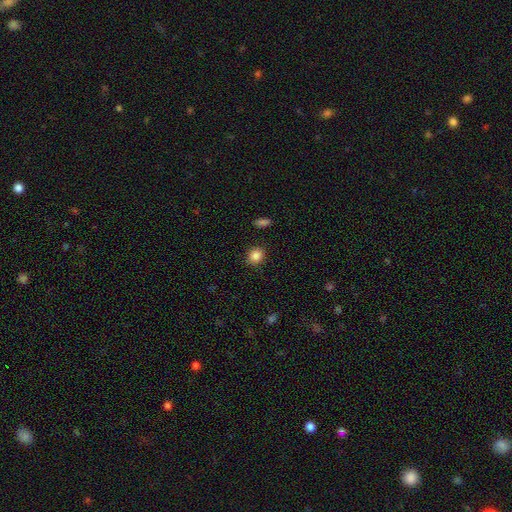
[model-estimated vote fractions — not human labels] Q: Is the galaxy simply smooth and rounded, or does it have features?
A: smooth — 86%.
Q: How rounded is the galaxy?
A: round — 69%.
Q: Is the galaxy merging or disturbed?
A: none — 88%.